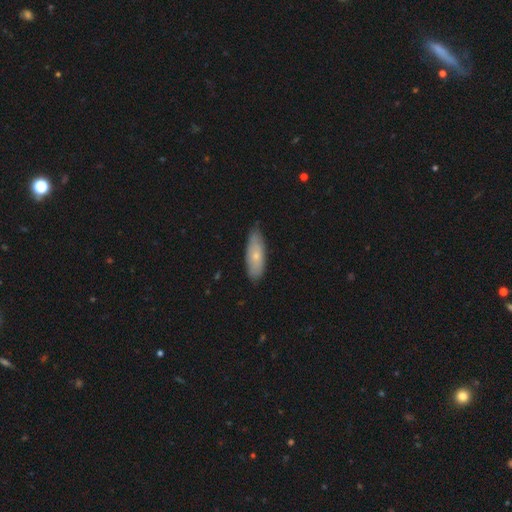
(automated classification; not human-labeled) smooth_or_featured: smooth (p=0.63) [alt: featured or disk p=0.31]
how_rounded: in between (p=0.60) [alt: cigar-shaped p=0.37]
merging: none (p=0.82) [alt: minor disturbance p=0.15]